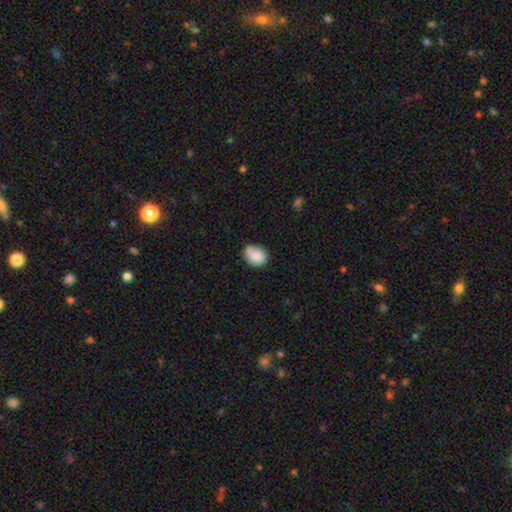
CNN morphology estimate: This is clearly a smooth galaxy (86%). How rounded: possibly in between (57%). Merging: likely none (63%).